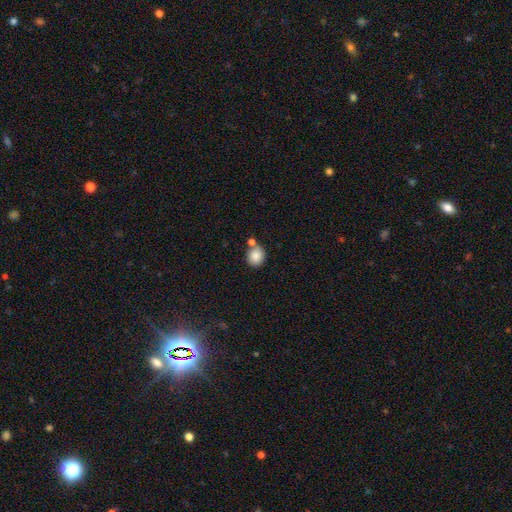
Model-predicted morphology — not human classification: The model was most divided on "merging": none: 63%, merger: 22%, minor disturbance: 11%, major disturbance: 3%. More confident: smooth or featured — smooth (86%); how rounded — round (79%).